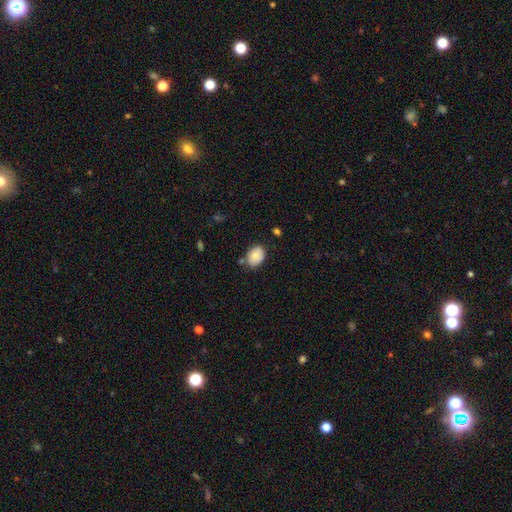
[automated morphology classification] Smooth or featured? Predicted: smooth (p=0.78). How rounded? Predicted: in between (p=0.78). Merging? Predicted: none (p=0.69).